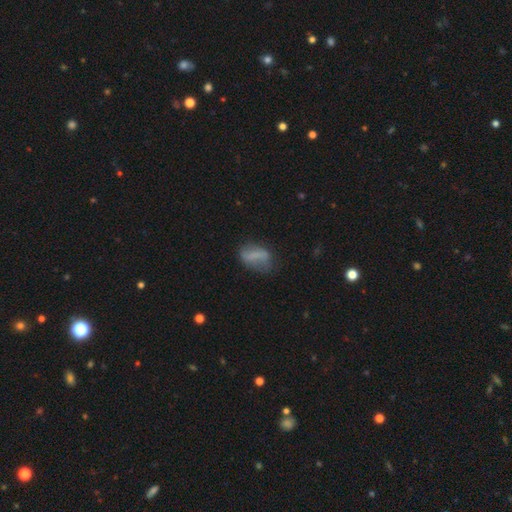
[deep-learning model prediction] smooth 57%, featured or disk 33%, star or artifact 10%. Down the decision tree: how rounded — in between (79%); merging — none (59%).